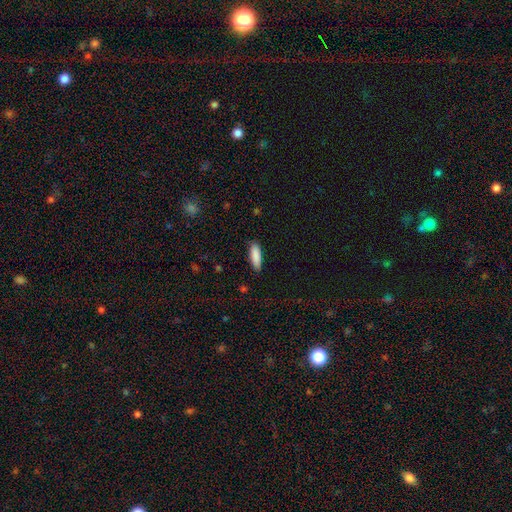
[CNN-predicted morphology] A smooth galaxy with no disk features (88%) that is in between round and cigar-shaped (60%). Merging: none (83%).